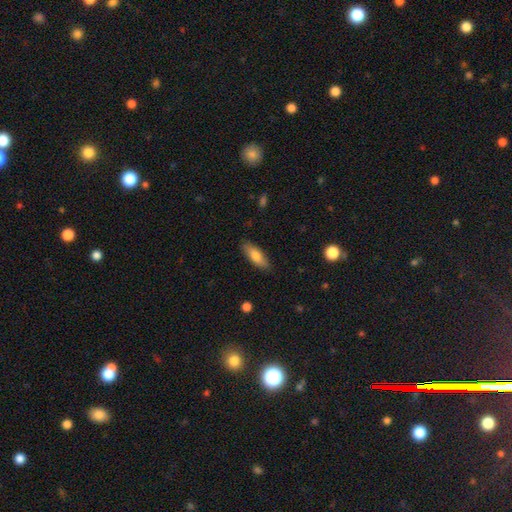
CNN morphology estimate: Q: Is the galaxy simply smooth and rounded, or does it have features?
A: smooth — 77%.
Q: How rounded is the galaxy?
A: in between — 63%.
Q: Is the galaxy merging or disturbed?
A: none — 86%.